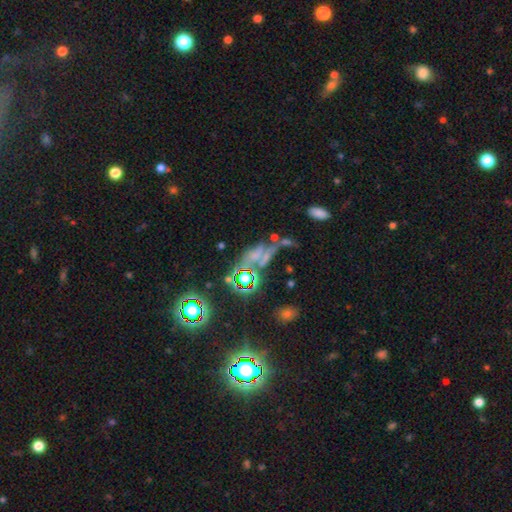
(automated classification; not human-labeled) A star or artifact, not a galaxy (40%).